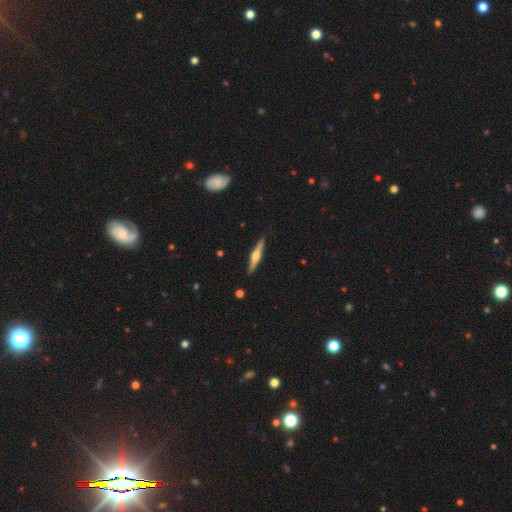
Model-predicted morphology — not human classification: This is likely a featured or disk galaxy (67%). It is clearly viewed edge-on (97%). Edge-on bulge: clearly rounded (90%). Merging: clearly none (89%).